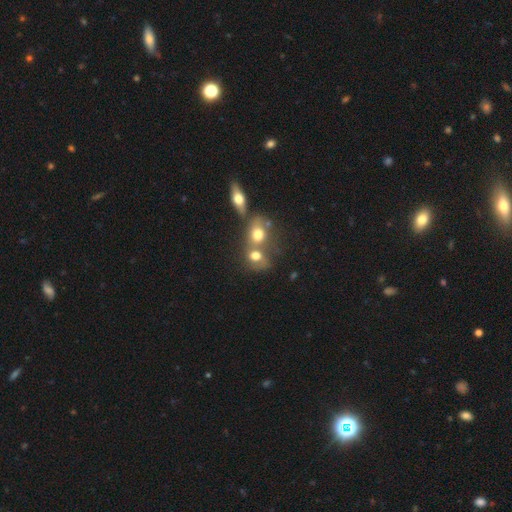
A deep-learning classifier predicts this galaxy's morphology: Overall: smooth (68%). How rounded: round (55%; in between 43%). Merging: merger (56%; none 28%).